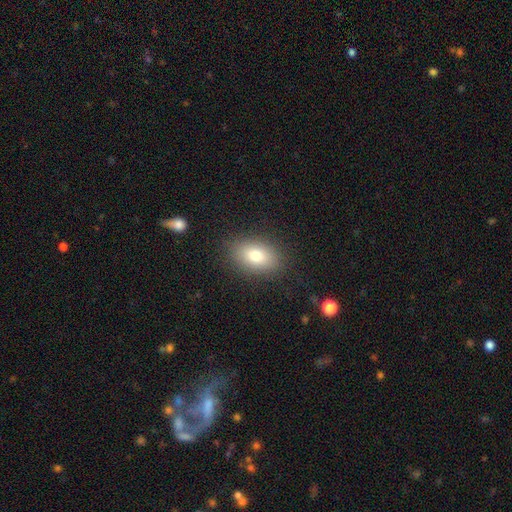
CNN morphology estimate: Smooth or featured: smooth — 79% (featured or disk — 12%)
How rounded: in between — 86% (round — 12%)
Merging: none — 87% (minor disturbance — 9%)